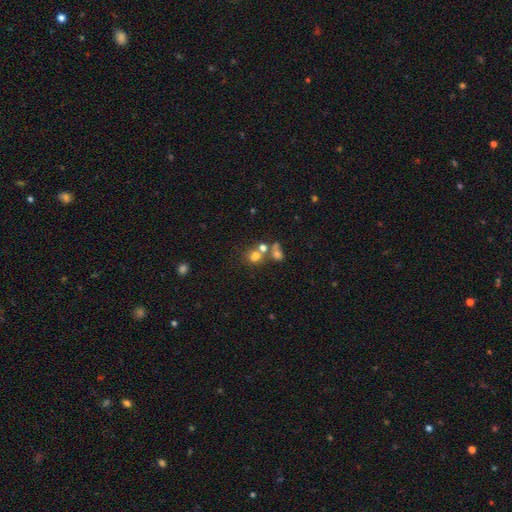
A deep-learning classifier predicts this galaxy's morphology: Q: Smooth or featured?
A: smooth (66%); runner-up: star or artifact (17%)
Q: How rounded?
A: round (71%); runner-up: in between (27%)
Q: Merging?
A: merger (43%); runner-up: none (41%)